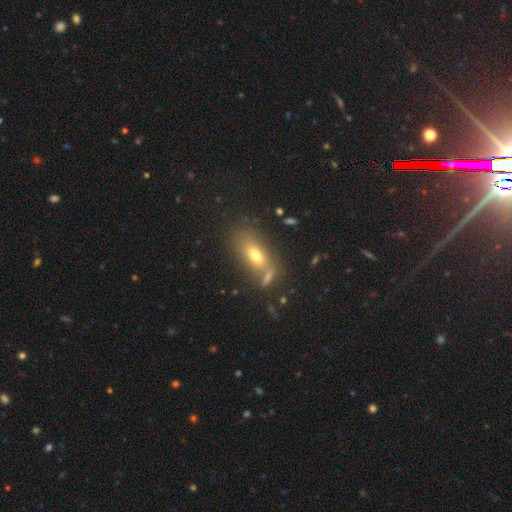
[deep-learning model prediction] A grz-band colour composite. It shows a smooth galaxy with no disk features (64%) that is in between round and cigar-shaped (79%). Merging: none (57%).